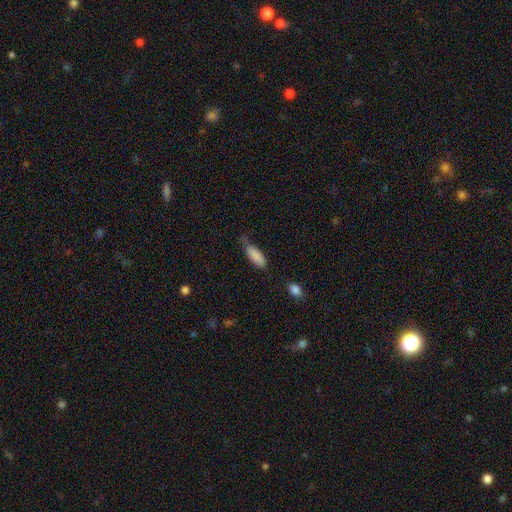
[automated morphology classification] Smooth or featured?
  - smooth: 86% *
  - featured or disk: 7%
  - star or artifact: 7%
How rounded?
  - in between: 70% *
  - cigar-shaped: 28%
  - round: 2%
Merging?
  - none: 48% *
  - minor disturbance: 38%
  - major disturbance: 10%
  - merger: 4%